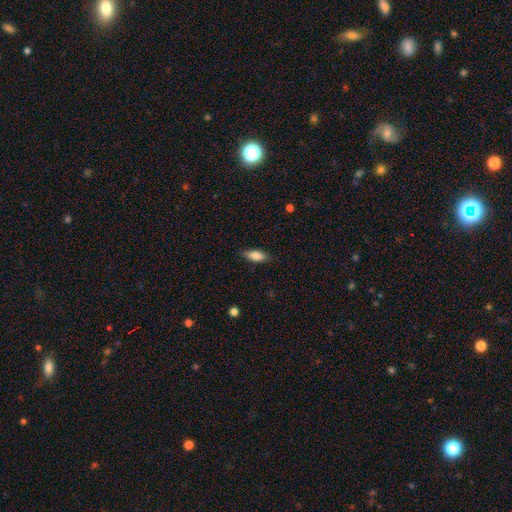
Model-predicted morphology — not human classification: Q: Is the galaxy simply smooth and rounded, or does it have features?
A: smooth — 83%.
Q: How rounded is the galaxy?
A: in between — 75%.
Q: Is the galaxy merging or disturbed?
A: none — 85%.